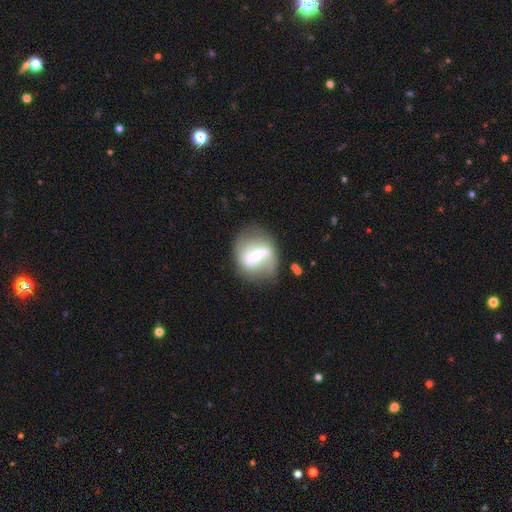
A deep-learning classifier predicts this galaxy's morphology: Smooth or featured? Predicted: featured or disk (p=0.65). Edge-on disk? Predicted: no (p=0.95). Bar? Predicted: strong (p=0.46). Spiral arms? Predicted: yes (p=0.71). Bulge size? Predicted: small (p=0.49). Merging? Predicted: none (p=0.61).